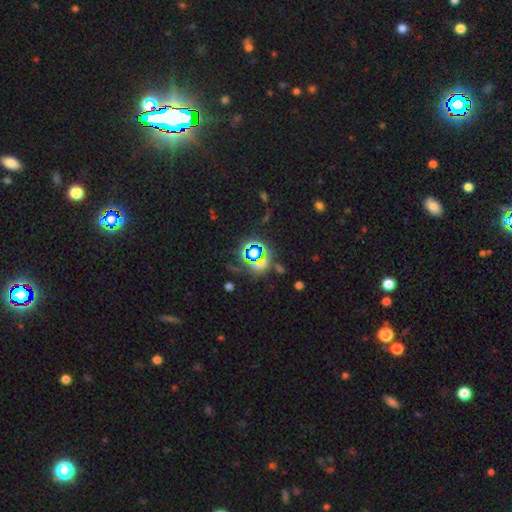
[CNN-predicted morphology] A star or artifact, not a galaxy (65%).

Vote fractions:
- Smooth or featured? star or artifact: 65% / smooth: 24% / featured or disk: 11%